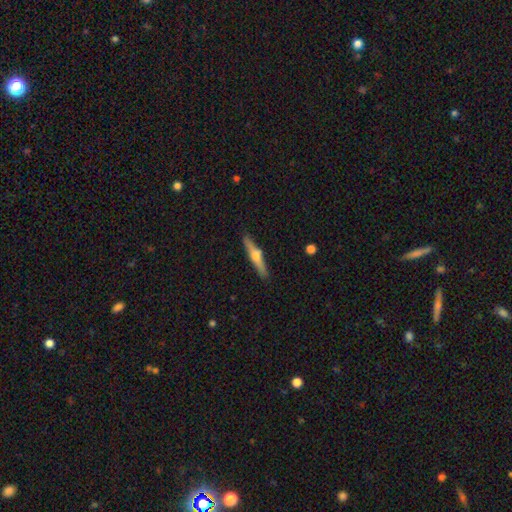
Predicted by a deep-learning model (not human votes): This appears to be a featured or disk galaxy (61%) viewed edge-on (96%) with a rounded central bulge (91%). Merging: none (88%).